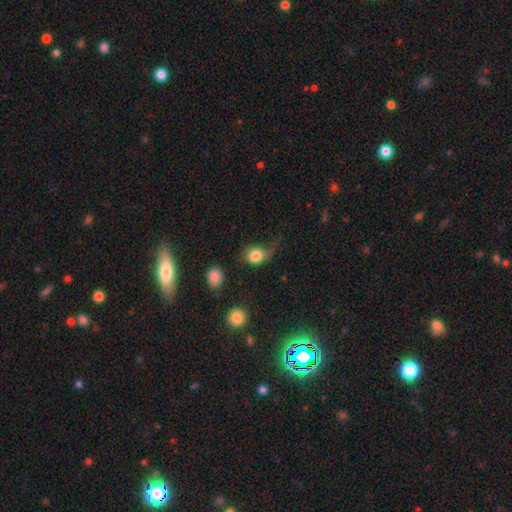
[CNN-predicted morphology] Smooth or featured? Predicted: smooth (p=0.81). How rounded? Predicted: round (p=0.58). Merging? Predicted: none (p=0.40).